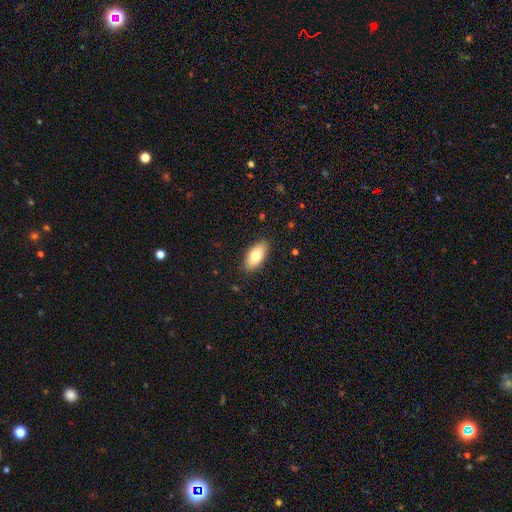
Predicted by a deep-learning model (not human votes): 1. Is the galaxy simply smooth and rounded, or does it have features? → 76% smooth, 18% featured or disk, 7% star or artifact.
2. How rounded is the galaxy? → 89% in between, 8% cigar-shaped, 3% round.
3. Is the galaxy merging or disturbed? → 87% none, 10% minor disturbance, 2% major disturbance, 1% merger.